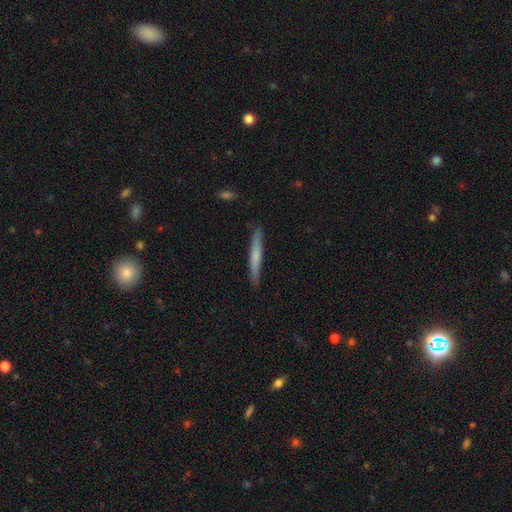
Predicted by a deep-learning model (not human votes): Smooth or featured?
  - smooth: 58% *
  - featured or disk: 37%
  - star or artifact: 5%
How rounded?
  - cigar-shaped: 96% *
  - in between: 3%
  - round: 1%
Merging?
  - none: 89% *
  - minor disturbance: 8%
  - major disturbance: 1%
  - merger: 1%